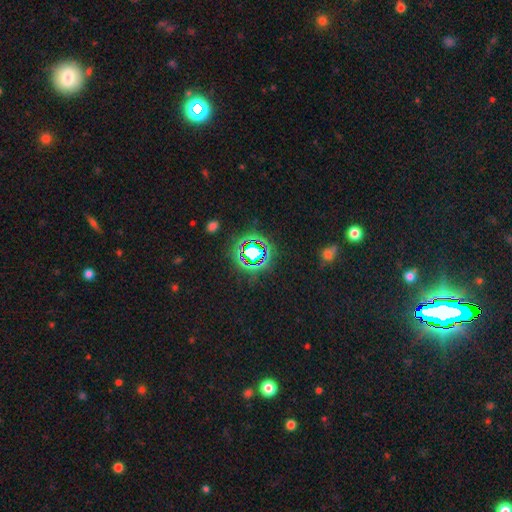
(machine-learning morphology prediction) The model was most divided on "smooth or featured": star or artifact: 78%, smooth: 14%, featured or disk: 8%.